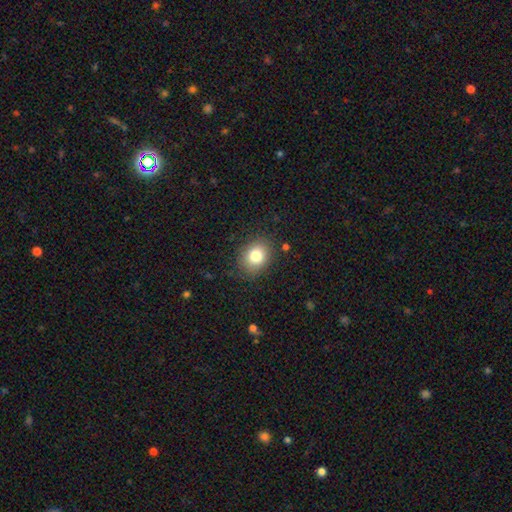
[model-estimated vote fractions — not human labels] This appears to be a smooth galaxy with no disk features (80%) that is round (52%). Merging: none (84%).